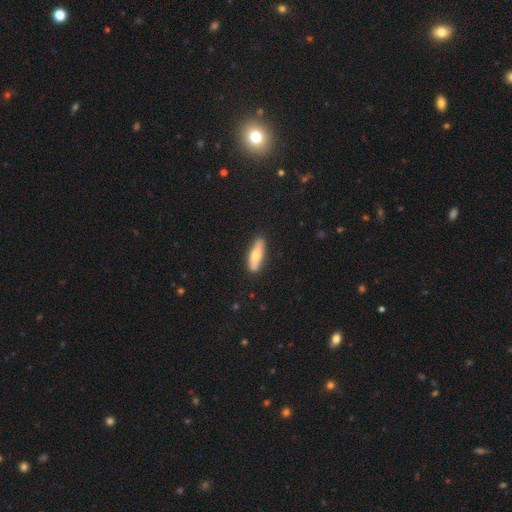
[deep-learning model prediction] Smooth or featured: smooth — 63% (featured or disk — 32%)
How rounded: cigar-shaped — 65% (in between — 33%)
Merging: none — 86% (minor disturbance — 10%)